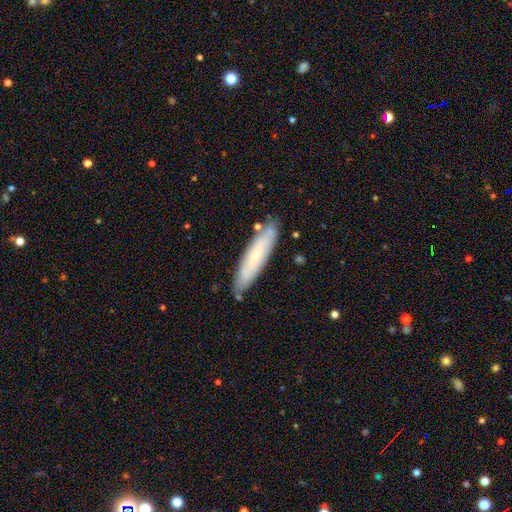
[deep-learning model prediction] A smooth galaxy with no disk features (56%) that is cigar-shaped (80%).

Vote fractions:
- Smooth or featured? smooth: 56% / featured or disk: 37% / star or artifact: 7%
- How rounded? cigar-shaped: 80% / in between: 19% / round: 1%
- Merging? none: 82% / minor disturbance: 13% / merger: 2% / major disturbance: 2%